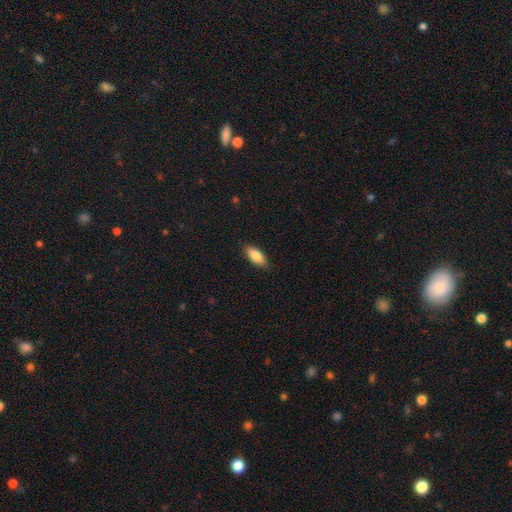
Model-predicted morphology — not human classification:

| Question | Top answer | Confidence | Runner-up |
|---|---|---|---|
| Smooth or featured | smooth | 84% | featured or disk (10%) |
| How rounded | in between | 82% | cigar-shaped (16%) |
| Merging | none | 88% | minor disturbance (9%) |